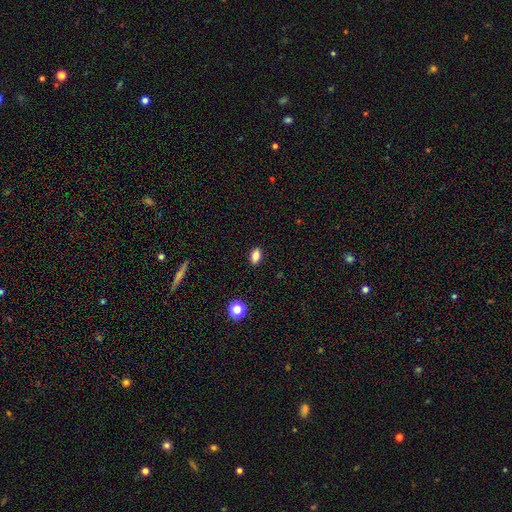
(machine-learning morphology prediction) Q: Smooth or featured?
A: smooth (83%); runner-up: star or artifact (10%)
Q: How rounded?
A: in between (86%); runner-up: round (10%)
Q: Merging?
A: none (89%); runner-up: minor disturbance (8%)